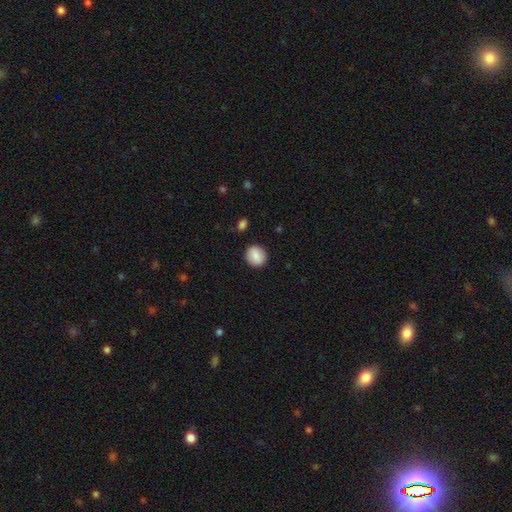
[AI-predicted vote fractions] Smooth or featured? Predicted: smooth (p=0.88). How rounded? Predicted: round (p=0.78). Merging? Predicted: none (p=0.89).